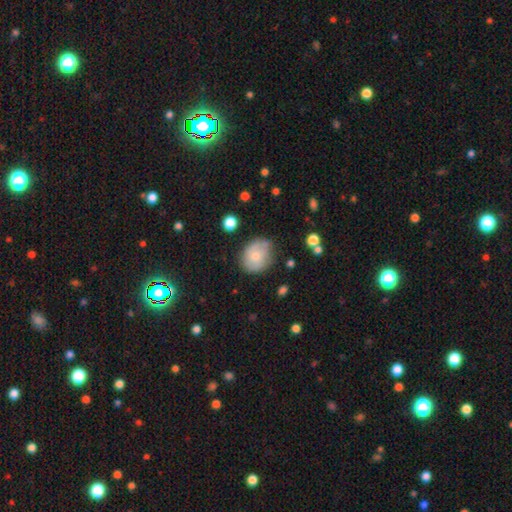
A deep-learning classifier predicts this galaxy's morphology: This appears to be a smooth galaxy with no disk features (69%) that is round (64%). Merging: none (63%).